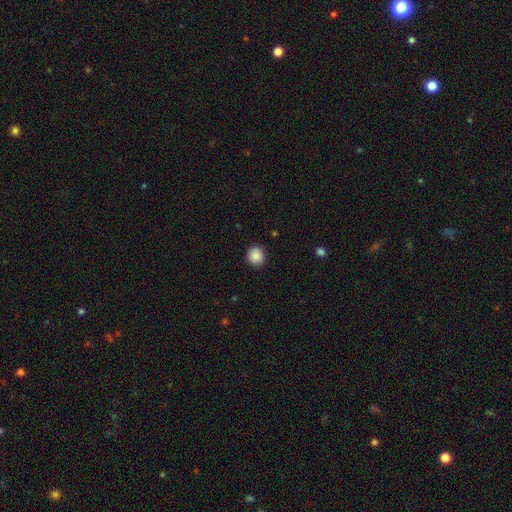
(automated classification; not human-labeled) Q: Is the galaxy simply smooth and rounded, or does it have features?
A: smooth — 88%.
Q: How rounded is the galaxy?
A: round — 88%.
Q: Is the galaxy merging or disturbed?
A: none — 90%.